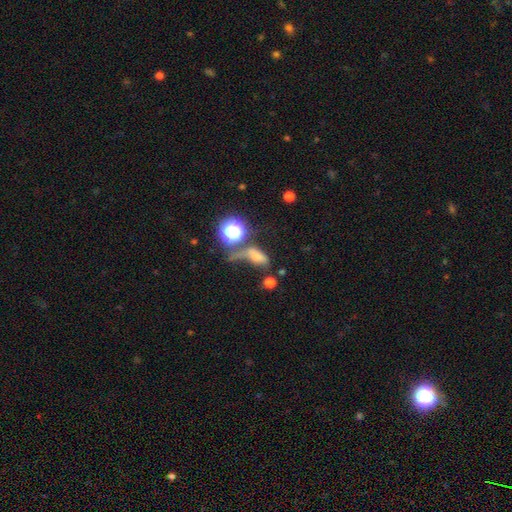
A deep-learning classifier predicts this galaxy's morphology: Q: Smooth or featured?
A: smooth (59%); runner-up: star or artifact (25%)
Q: How rounded?
A: in between (66%); runner-up: round (21%)
Q: Merging?
A: none (30%); runner-up: major disturbance (26%)